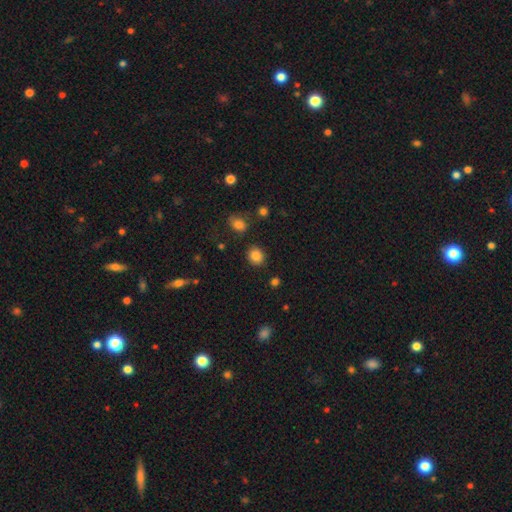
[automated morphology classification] Overall: smooth (86%). How rounded: round (76%). Merging: none (87%).